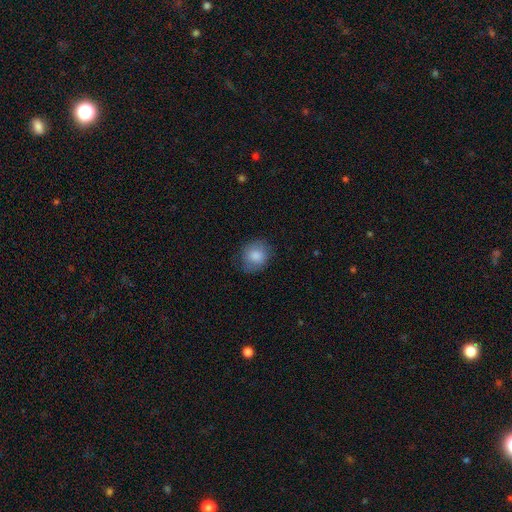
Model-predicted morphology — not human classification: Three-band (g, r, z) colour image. It shows a smooth galaxy with no disk features (84%) that is round (76%). Merging: none (76%).